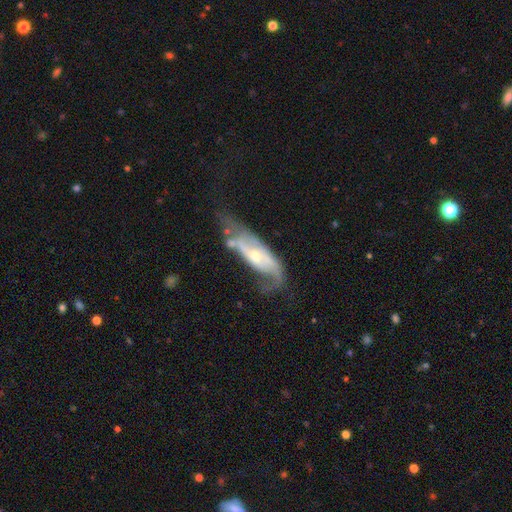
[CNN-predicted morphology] A featured or disk galaxy (75%) with no bar (57%), 2 (59%) loose (43%) spiral arms (81%) and a small central bulge (54%).

Vote fractions:
- Smooth or featured? featured or disk: 75% / smooth: 19% / star or artifact: 6%
- Edge-on disk? no: 83% / yes: 17%
- Bar? no: 57% / weak: 29% / strong: 13%
- Spiral arms? yes: 81% / no: 19%
- Spiral winding? loose: 43% / medium: 36% / tight: 21%
- Spiral arm count? 2: 59% / can't tell: 20% / 1: 17% / 3: 2% / 4: 1% / more than 4: 1%
- Bulge size? small: 54% / moderate: 40% / large: 3% / none: 2% / dominant: 1%
- Merging? none: 36% / major disturbance: 29% / minor disturbance: 25% / merger: 10%